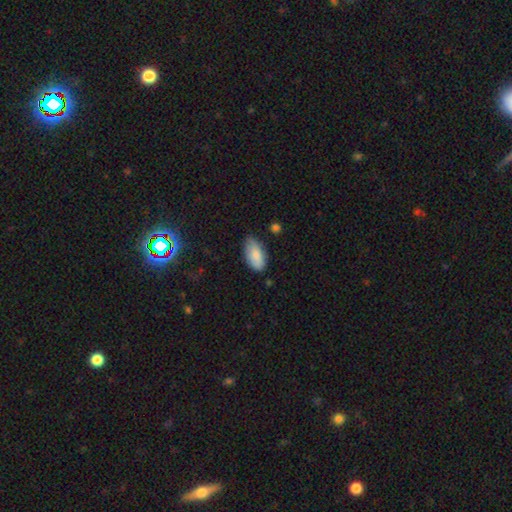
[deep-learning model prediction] Overall: smooth (84%). How rounded: in between (93%). Merging: none (63%; minor disturbance 30%).